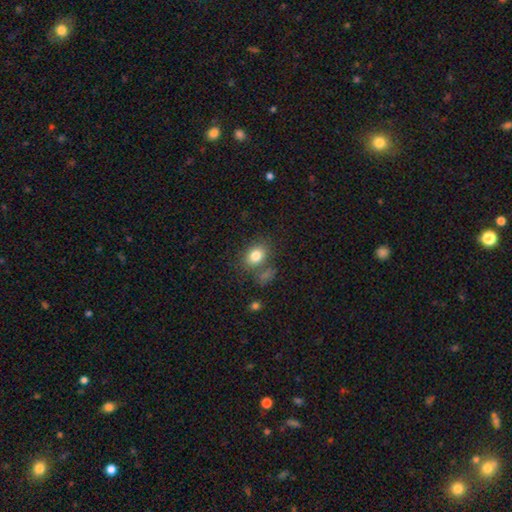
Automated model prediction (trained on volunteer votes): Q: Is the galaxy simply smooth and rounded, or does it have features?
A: smooth — 82%.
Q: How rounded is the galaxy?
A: in between — 66%.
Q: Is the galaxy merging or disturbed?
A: none — 67%.